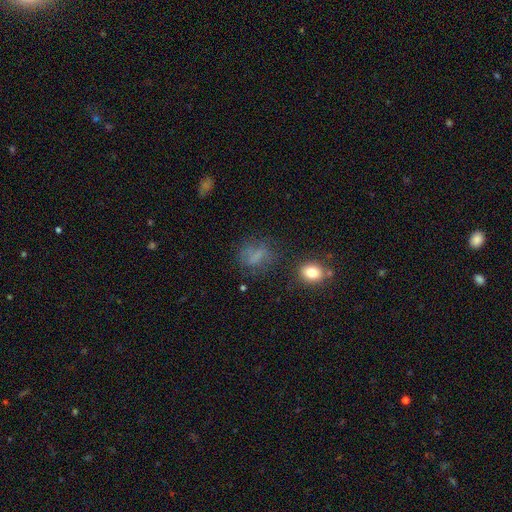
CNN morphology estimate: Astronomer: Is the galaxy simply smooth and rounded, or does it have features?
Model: smooth — 57%.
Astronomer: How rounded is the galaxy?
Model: in between — 52% (runner-up: round, 41%).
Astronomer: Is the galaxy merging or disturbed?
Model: none — 57%.